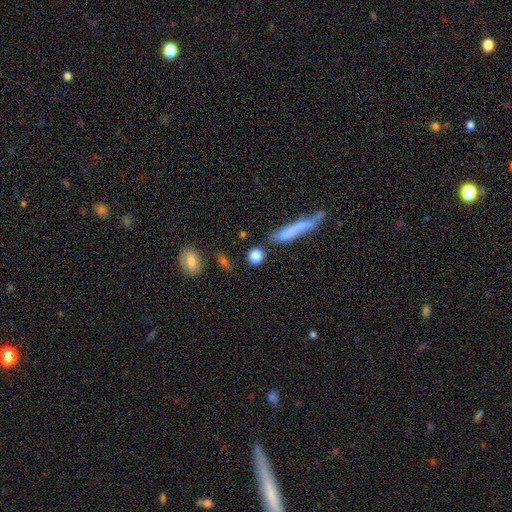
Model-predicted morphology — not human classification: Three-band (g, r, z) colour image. It shows a smooth galaxy with no disk features (83%) that is round (64%). Merging: none (73%).